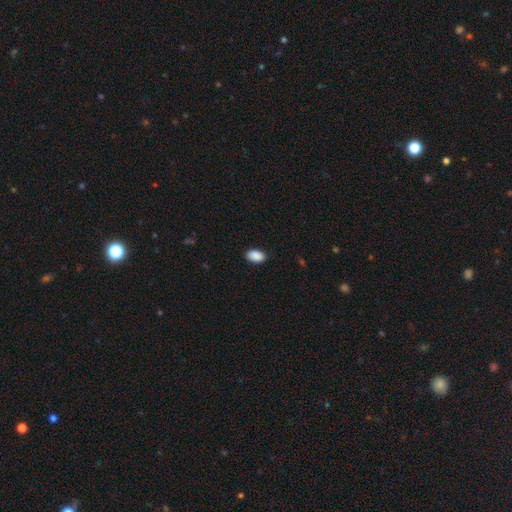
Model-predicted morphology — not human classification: Smooth or featured? Predicted: smooth (p=0.90). How rounded? Predicted: in between (p=0.93). Merging? Predicted: none (p=0.88).